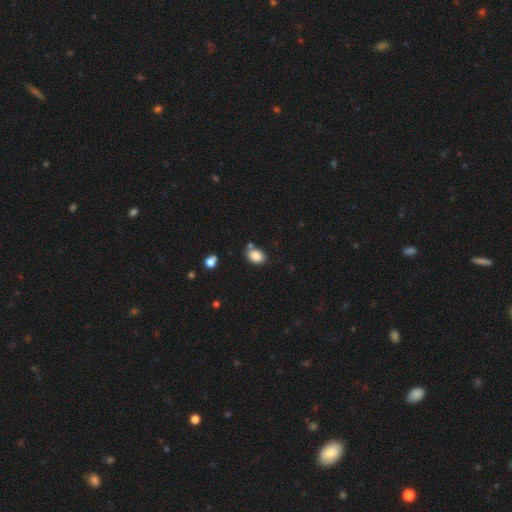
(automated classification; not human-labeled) Overall: smooth (85%). How rounded: in between (73%). Merging: none (71%).